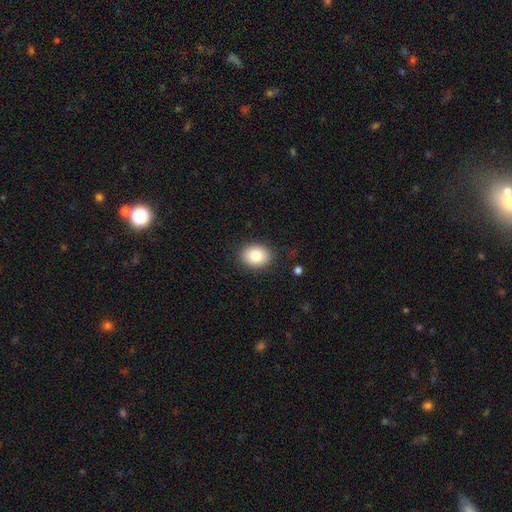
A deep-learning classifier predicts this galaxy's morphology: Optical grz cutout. It shows a smooth galaxy with no disk features (84%) that is in between round and cigar-shaped (54%). Merging: none (87%).